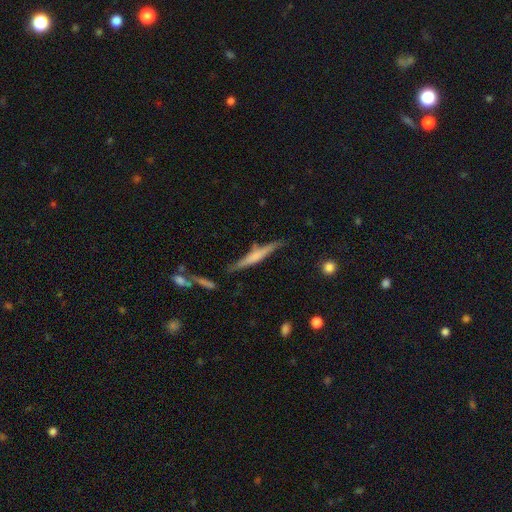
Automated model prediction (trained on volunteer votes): This appears to be a featured or disk galaxy (53%) viewed edge-on (96%) with a rounded central bulge (40%). Merging: none (78%).